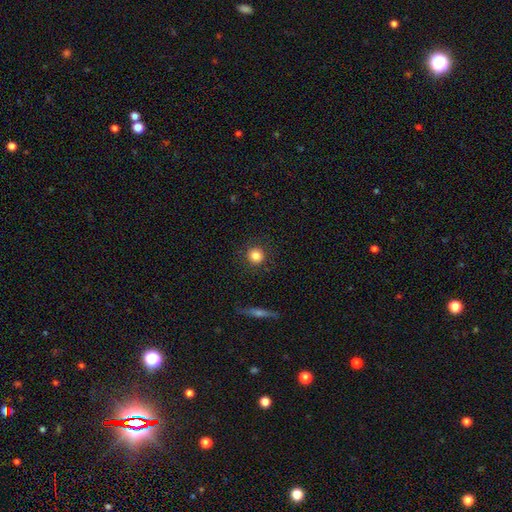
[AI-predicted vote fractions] Smooth or featured?
  - smooth: 83% *
  - star or artifact: 10%
  - featured or disk: 7%
How rounded?
  - round: 93% *
  - in between: 6%
  - cigar-shaped: 1%
Merging?
  - none: 90% *
  - minor disturbance: 7%
  - major disturbance: 2%
  - merger: 1%